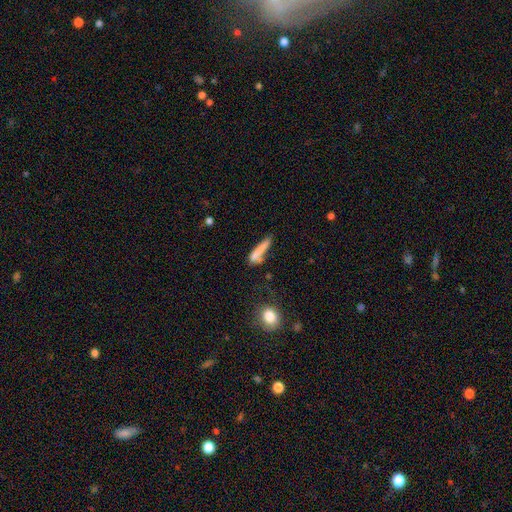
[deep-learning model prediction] This appears to be a smooth galaxy with no disk features (70%) that is cigar-shaped (85%). Merging: none (46%).